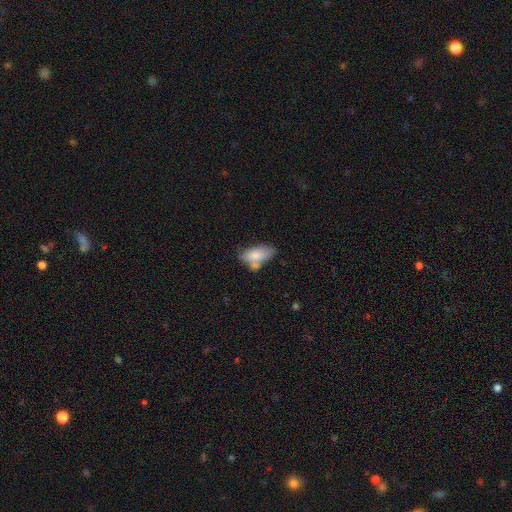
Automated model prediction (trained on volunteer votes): The model was most divided on "merging": none: 42%, merger: 28%, minor disturbance: 22%, major disturbance: 8%. More confident: how rounded — in between (86%); smooth or featured — smooth (75%).